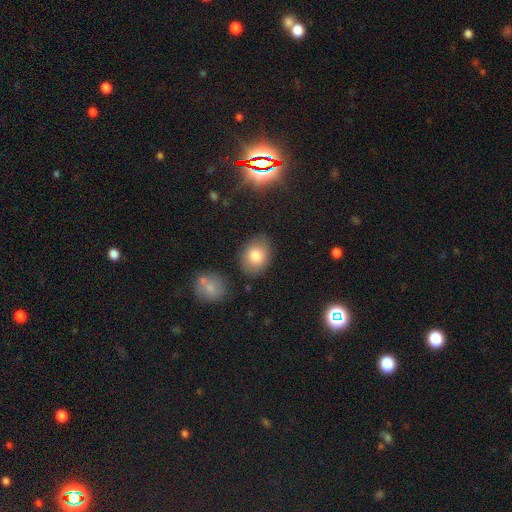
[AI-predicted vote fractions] Morphology: type=smooth (80%); roundness=in between (67%); merging=none (80%).